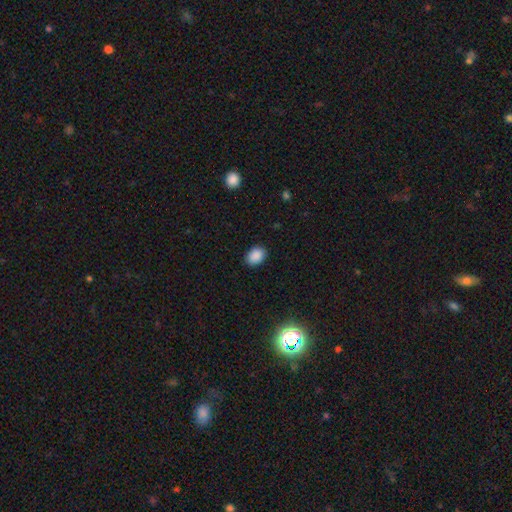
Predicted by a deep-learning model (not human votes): This is clearly a smooth galaxy (88%). How rounded: likely in between (68%). Merging: clearly none (88%).